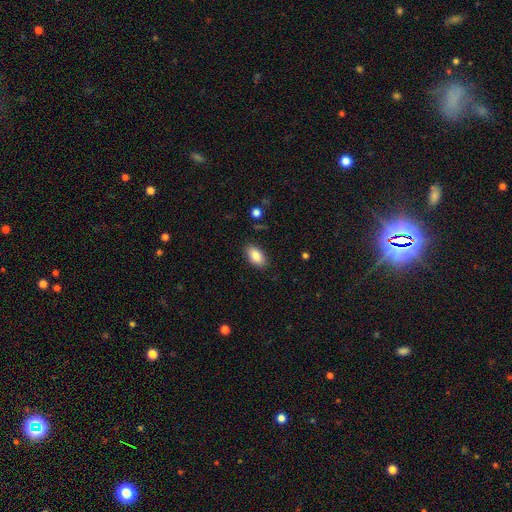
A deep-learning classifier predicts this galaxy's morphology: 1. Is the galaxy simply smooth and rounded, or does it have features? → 87% smooth, 7% star or artifact, 6% featured or disk.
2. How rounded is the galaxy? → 93% in between, 4% round, 3% cigar-shaped.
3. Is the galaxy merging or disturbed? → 86% none, 10% minor disturbance, 2% major disturbance, 1% merger.